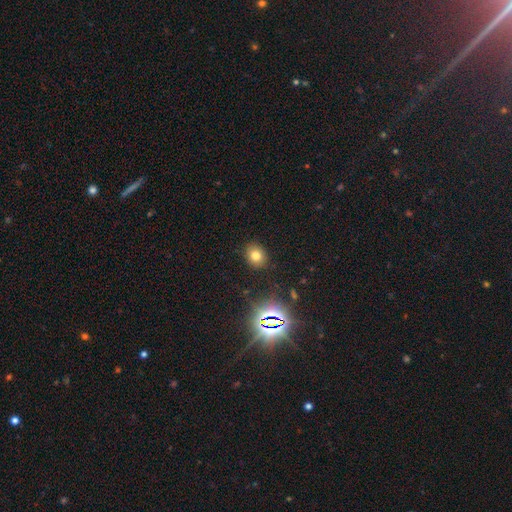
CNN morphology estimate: smooth 73%, star or artifact 19%, featured or disk 8%. Down the decision tree: how rounded — round (66%); merging — none (87%).